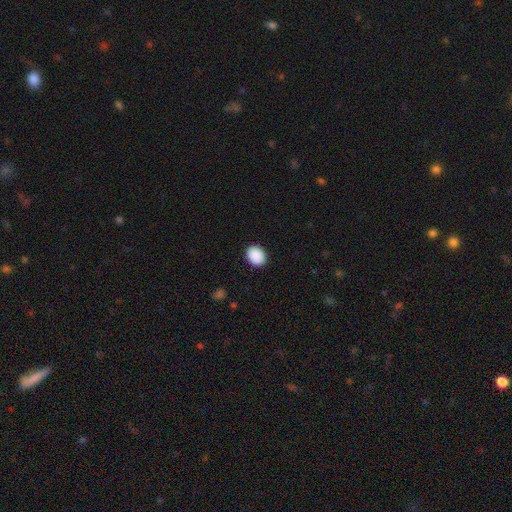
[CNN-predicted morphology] A smooth galaxy with no disk features (91%) that is in between round and cigar-shaped (56%).

Vote fractions:
- Smooth or featured? smooth: 91% / star or artifact: 7% / featured or disk: 2%
- How rounded? in between: 56% / round: 43% / cigar-shaped: 1%
- Merging? none: 90% / minor disturbance: 7% / major disturbance: 2% / merger: 1%